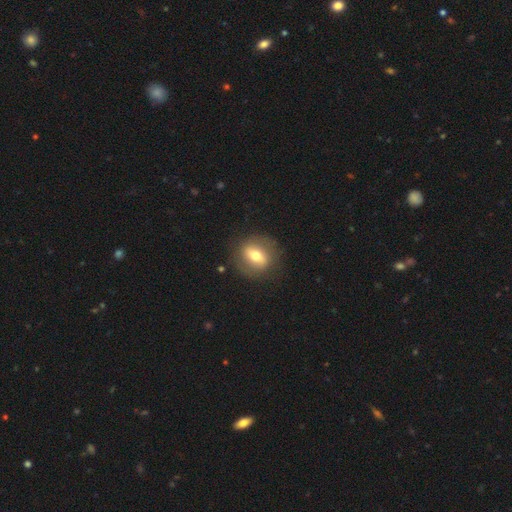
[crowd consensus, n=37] Q: Smooth or featured?
A: featured or disk (57%); runner-up: smooth (41%)
Q: Edge-on disk?
A: no (62%); runner-up: yes (38%)
Q: Bar?
A: no (38%); runner-up: strong (31%)
Q: Spiral arms?
A: no (69%); runner-up: yes (31%)
Q: Bulge size?
A: moderate (62%); runner-up: small (31%)
Q: Merging?
A: none (75%); runner-up: minor disturbance (11%)